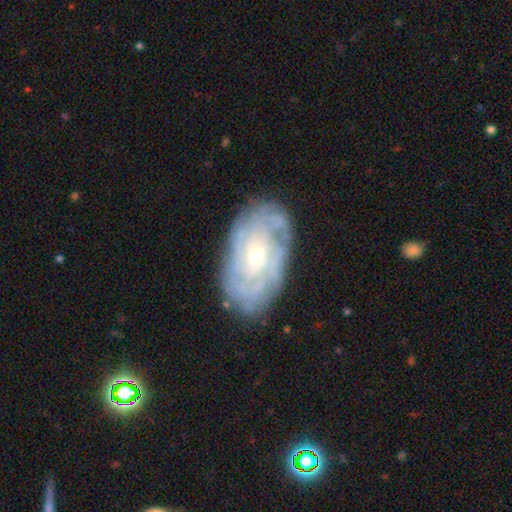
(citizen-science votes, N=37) Smooth or featured?
  - featured or disk: 81% *
  - smooth: 14%
  - star or artifact: 5%
Edge-on disk?
  - no: 100% *
  - yes: 0%
Bar?
  - no: 80% *
  - weak: 20%
  - strong: 0%
Spiral arms?
  - yes: 70% *
  - no: 30%
Spiral winding?
  - tight: 76% *
  - medium: 14%
  - loose: 10%
Spiral arm count?
  - can't tell: 67% *
  - 4: 14%
  - 2: 10%
  - 1: 5%
  - more than 4: 5%
  - 3: 0%
Bulge size?
  - small: 73% *
  - moderate: 17%
  - dominant: 3%
  - large: 3%
  - none: 3%
Merging?
  - none: 91% *
  - minor disturbance: 3%
  - major disturbance: 3%
  - merger: 3%